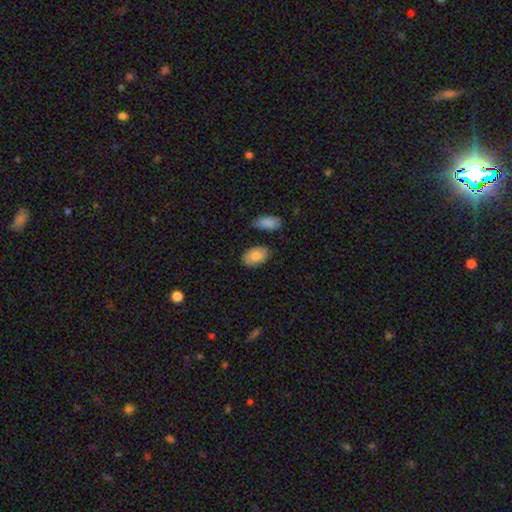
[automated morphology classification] The model was most divided on "merging": none: 77%, minor disturbance: 15%, merger: 4%, major disturbance: 3%. More confident: how rounded — in between (93%); smooth or featured — smooth (84%).